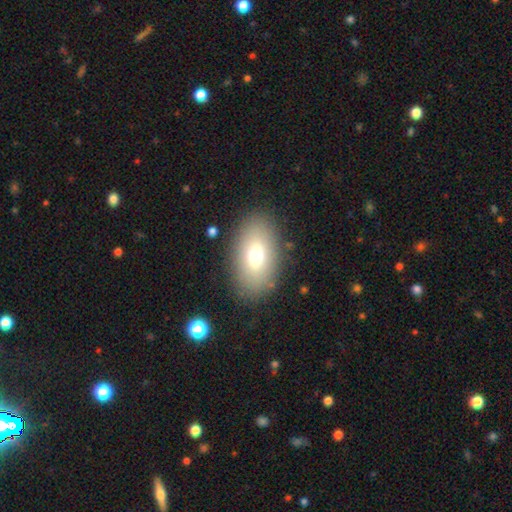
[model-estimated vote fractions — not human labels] Smooth or featured: smooth — 71% (featured or disk — 19%)
How rounded: in between — 91% (round — 7%)
Merging: none — 86% (minor disturbance — 9%)